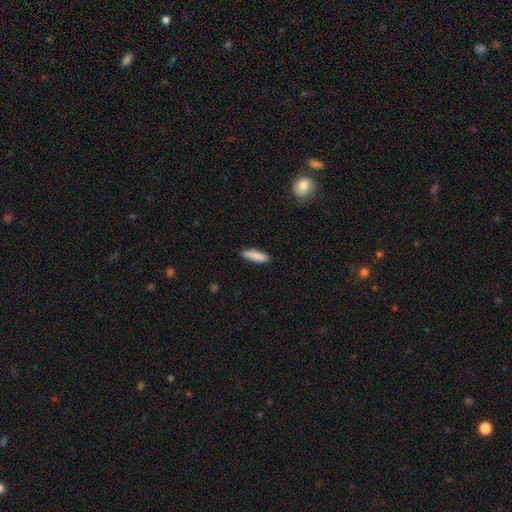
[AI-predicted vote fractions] Morphology: type=smooth (87%); roundness=cigar-shaped (66%); merging=none (88%).